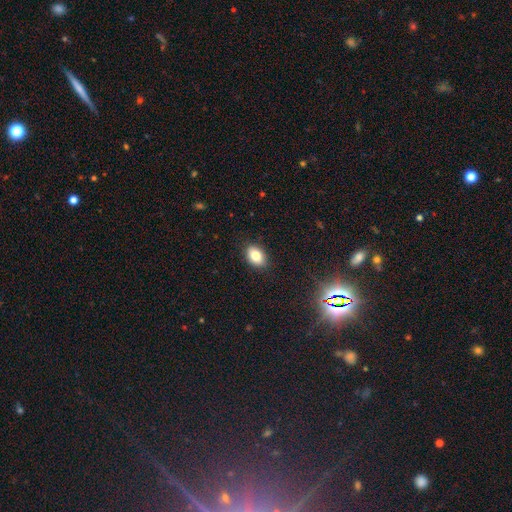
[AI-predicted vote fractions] This is clearly a smooth galaxy (80%). How rounded: clearly in between (82%). Merging: clearly none (88%).